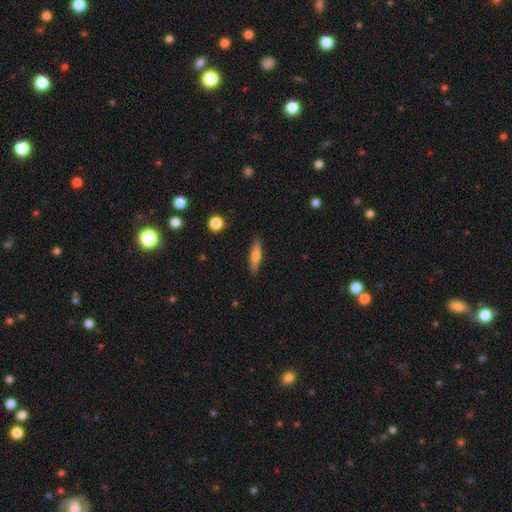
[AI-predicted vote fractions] Smooth or featured?
  - smooth: 63% *
  - featured or disk: 30%
  - star or artifact: 7%
How rounded?
  - cigar-shaped: 78% *
  - in between: 20%
  - round: 2%
Merging?
  - none: 88% *
  - minor disturbance: 9%
  - major disturbance: 2%
  - merger: 1%